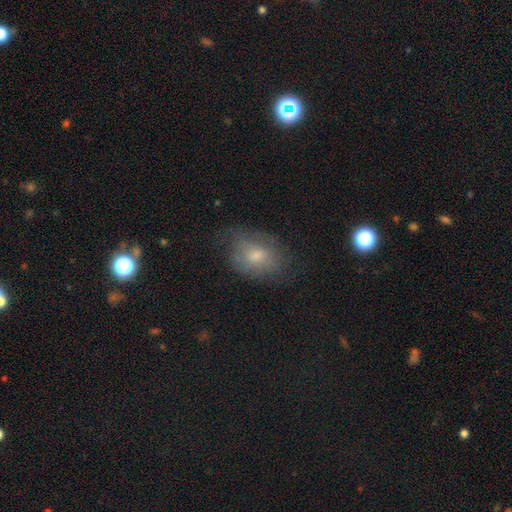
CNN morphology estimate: Smooth or featured?
  - smooth: 56% *
  - featured or disk: 31%
  - star or artifact: 12%
How rounded?
  - in between: 73% *
  - round: 25%
  - cigar-shaped: 1%
Merging?
  - none: 57% *
  - minor disturbance: 27%
  - major disturbance: 14%
  - merger: 2%